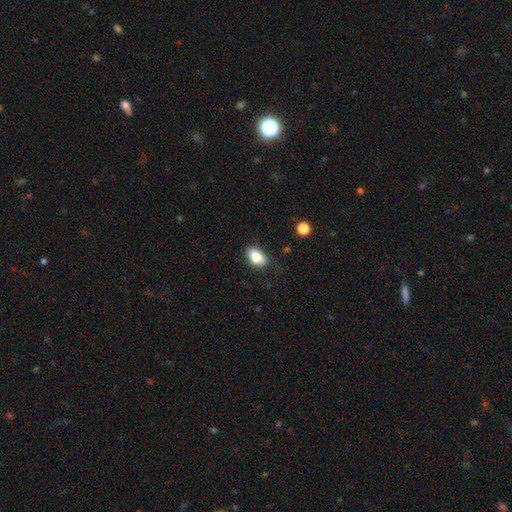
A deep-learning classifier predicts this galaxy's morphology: smooth 83%, star or artifact 9%, featured or disk 8%. Down the decision tree: how rounded — in between (87%); merging — none (67%).